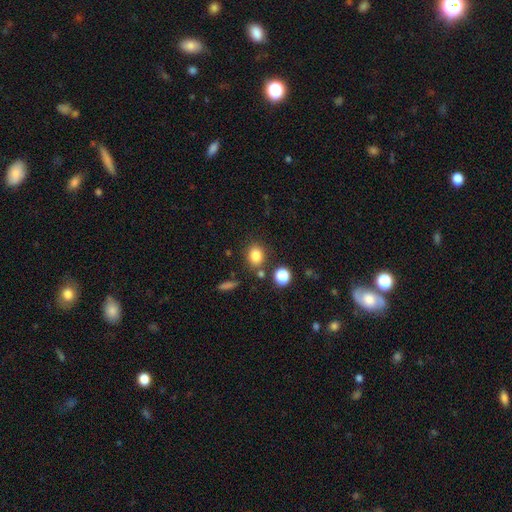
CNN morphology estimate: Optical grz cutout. It shows a smooth galaxy with no disk features (82%) that is round (53%). Merging: none (77%).